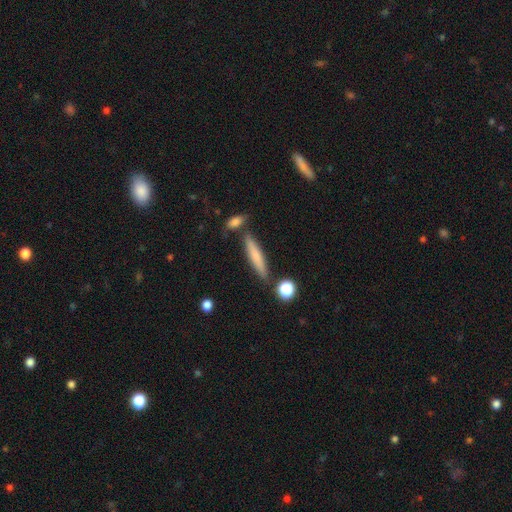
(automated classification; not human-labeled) Smooth or featured? smooth (72%)
How rounded? cigar-shaped (88%)
Merging? none (78%)